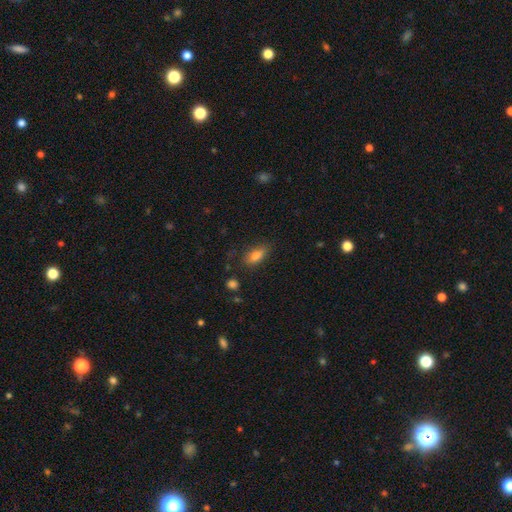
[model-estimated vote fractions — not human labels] Morphology: type=smooth (79%); roundness=in between (82%); merging=none (75%).